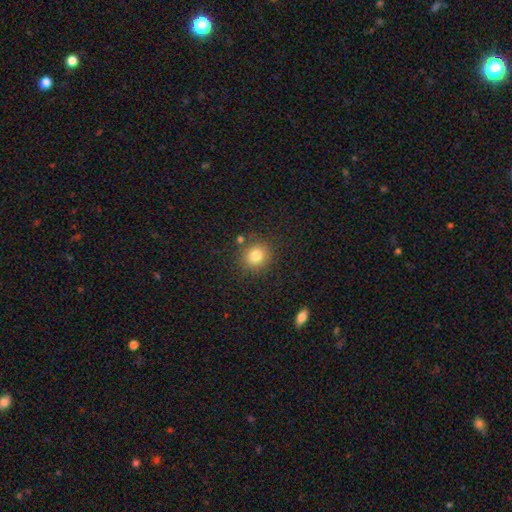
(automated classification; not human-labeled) Smooth or featured: smooth — 81% (star or artifact — 12%)
How rounded: round — 85% (in between — 15%)
Merging: none — 83% (minor disturbance — 10%)